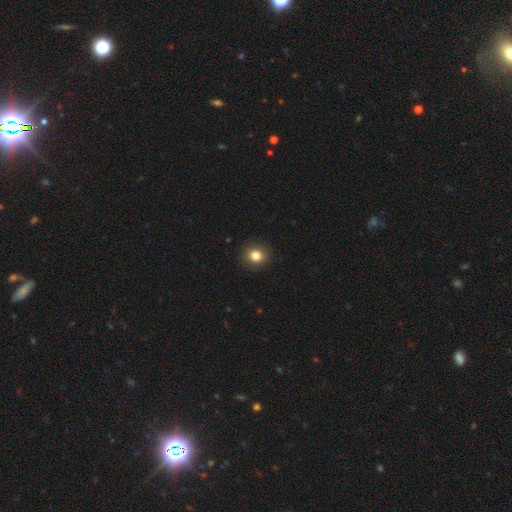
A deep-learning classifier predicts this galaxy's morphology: Smooth or featured? smooth (83%)
How rounded? round (86%)
Merging? none (91%)